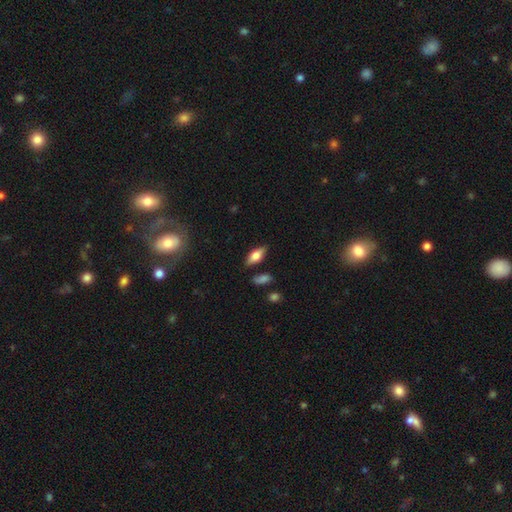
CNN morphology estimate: smooth-or-featured: smooth: 59% | featured or disk: 33% | star or artifact: 7%
  how-rounded: in between: 76% | cigar-shaped: 21% | round: 3%
  merging: none: 81% | minor disturbance: 13% | merger: 3% | major disturbance: 3%